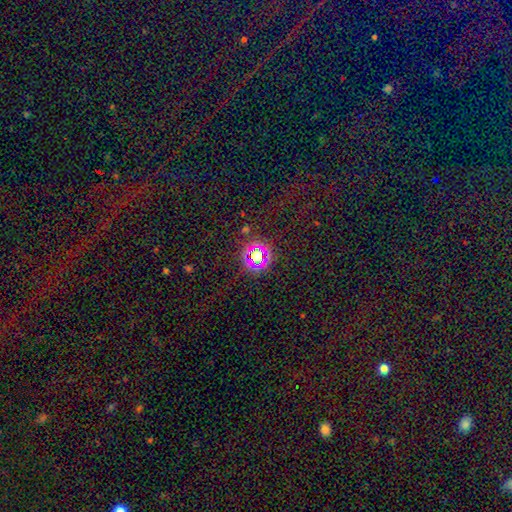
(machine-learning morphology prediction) star or artifact 69%, smooth 20%, featured or disk 11%.